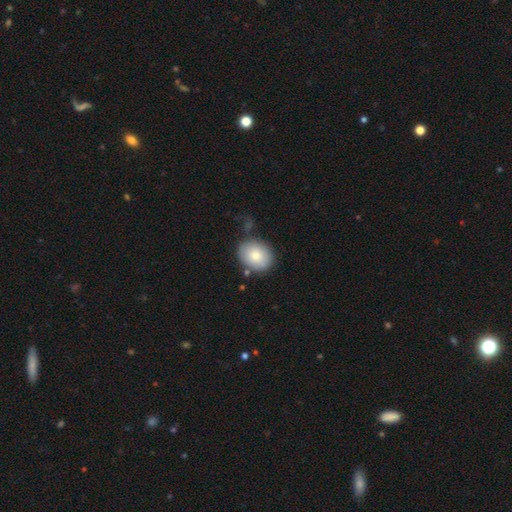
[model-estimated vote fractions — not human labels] smooth-or-featured: smooth: 81% | featured or disk: 12% | star or artifact: 7%
  how-rounded: round: 52% | in between: 47% | cigar-shaped: 1%
  merging: none: 75% | minor disturbance: 15% | merger: 6% | major disturbance: 4%